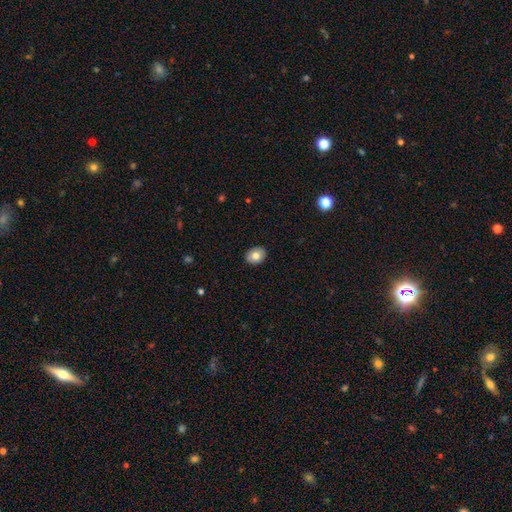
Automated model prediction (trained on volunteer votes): Overall: smooth (77%). How rounded: in between (53%; round 46%). Merging: none (90%).